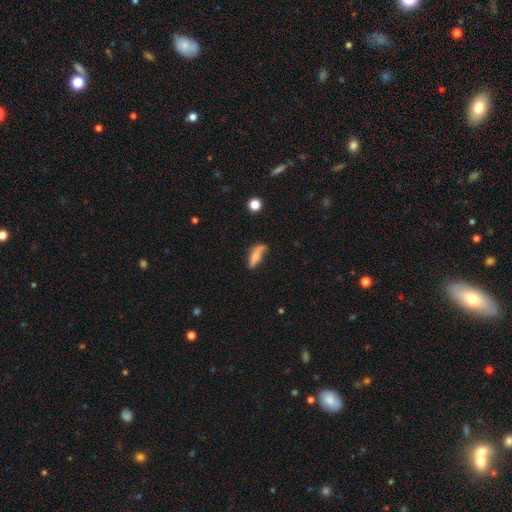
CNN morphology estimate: smooth_or_featured: smooth (p=0.66) [alt: featured or disk p=0.26]
how_rounded: cigar-shaped (p=0.52) [alt: in between p=0.45]
merging: none (p=0.47) [alt: minor disturbance p=0.32]